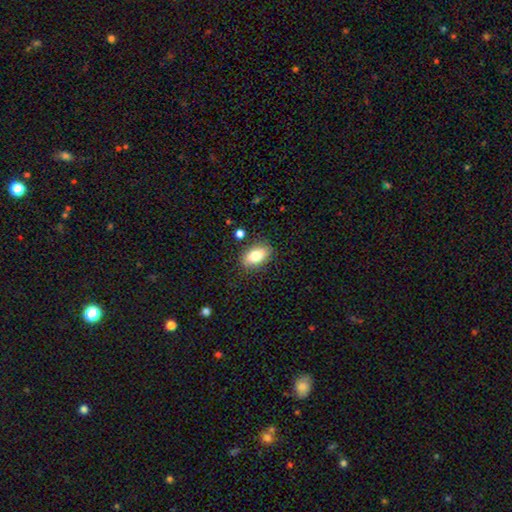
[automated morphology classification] smooth_or_featured: smooth (p=0.80) [alt: featured or disk p=0.12]
how_rounded: in between (p=0.89) [alt: round p=0.09]
merging: none (p=0.84) [alt: minor disturbance p=0.11]